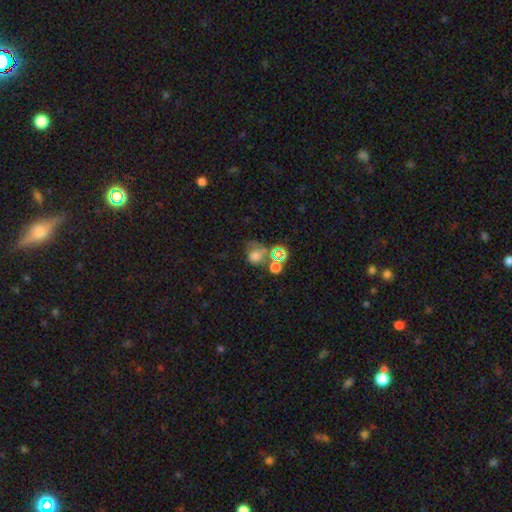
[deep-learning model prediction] A smooth galaxy with no disk features (58%) that is round (65%).

Vote fractions:
- Smooth or featured? smooth: 58% / star or artifact: 24% / featured or disk: 19%
- How rounded? round: 65% / in between: 34% / cigar-shaped: 1%
- Merging? none: 31% / merger: 29% / major disturbance: 23% / minor disturbance: 17%